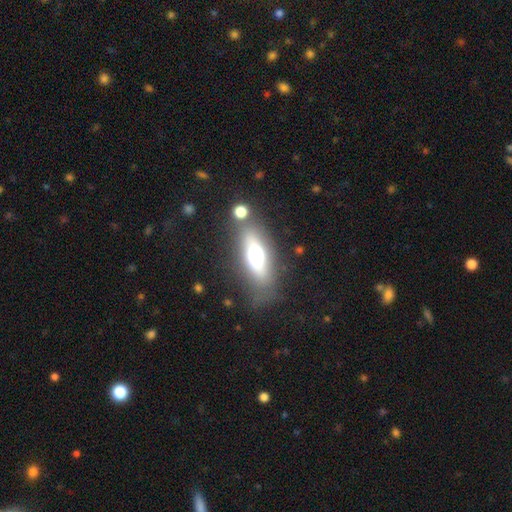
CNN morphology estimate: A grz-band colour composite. It shows a smooth galaxy with no disk features (51%) that is in between round and cigar-shaped (64%). Merging: none (70%).